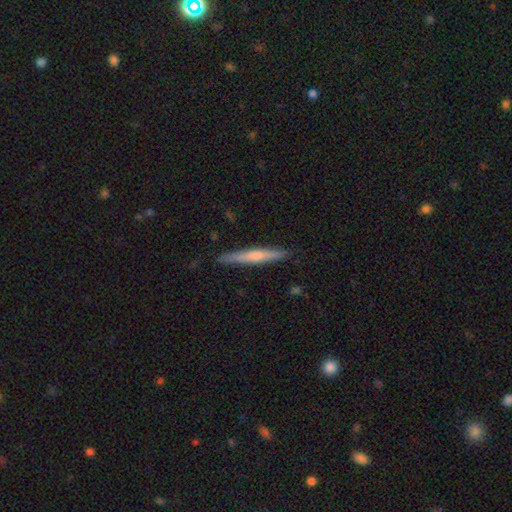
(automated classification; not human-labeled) Smooth or featured: smooth — 47% (tied with featured or disk — 47%)
Merging: none — 89% (minor disturbance — 8%)